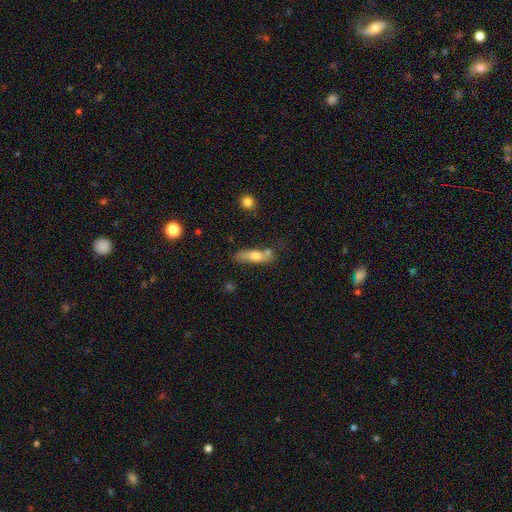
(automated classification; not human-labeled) A smooth galaxy with no disk features (61%) that is cigar-shaped (53%).

Vote fractions:
- Smooth or featured? smooth: 61% / featured or disk: 32% / star or artifact: 7%
- How rounded? cigar-shaped: 53% / in between: 43% / round: 4%
- Merging? none: 55% / minor disturbance: 20% / merger: 18% / major disturbance: 7%